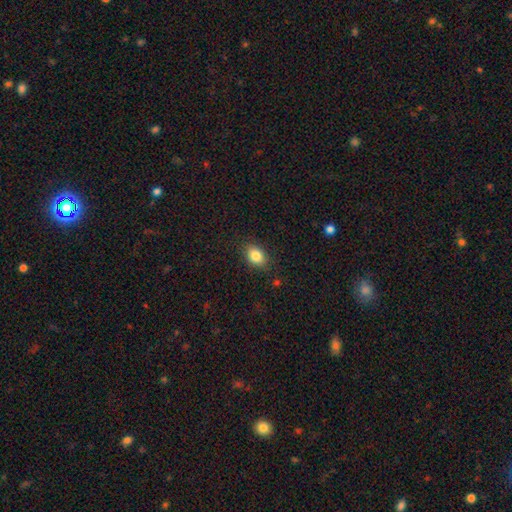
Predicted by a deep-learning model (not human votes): A smooth galaxy with no disk features (85%) that is in between round and cigar-shaped (77%).

Vote fractions:
- Smooth or featured? smooth: 85% / star or artifact: 9% / featured or disk: 6%
- How rounded? in between: 77% / round: 22% / cigar-shaped: 1%
- Merging? none: 86% / minor disturbance: 10% / major disturbance: 3% / merger: 1%